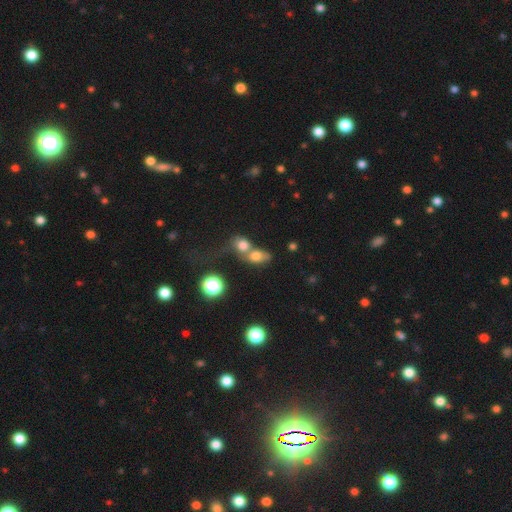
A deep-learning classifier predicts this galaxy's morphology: Smooth or featured: smooth — 71% (featured or disk — 15%)
How rounded: in between — 58% (round — 38%)
Merging: merger — 67% (none — 20%)